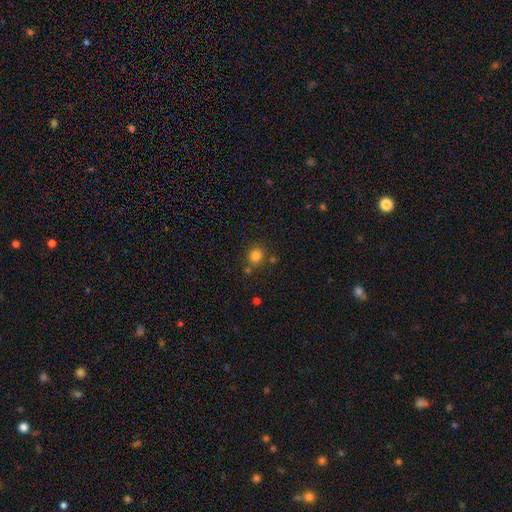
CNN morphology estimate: Smooth or featured? smooth (80%)
How rounded? round (80%)
Merging? none (75%)